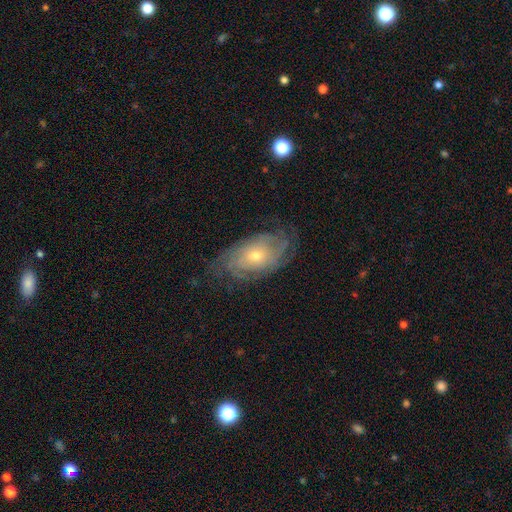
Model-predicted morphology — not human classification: Smooth or featured? featured or disk (76%)
Edge-on disk? no (94%)
Bar? no (78%)
Spiral arms? yes (91%)
Spiral winding? tight (64%)
Spiral arm count? can't tell (48%)
Bulge size? small (56%)
Merging? none (71%)